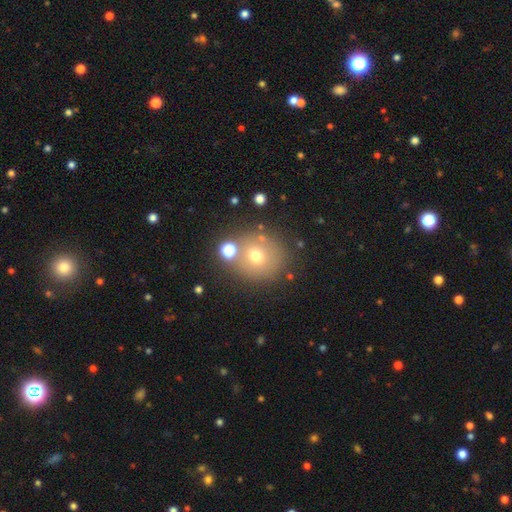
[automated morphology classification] Q: Smooth or featured?
A: smooth (64%); runner-up: featured or disk (18%)
Q: How rounded?
A: round (86%); runner-up: in between (13%)
Q: Merging?
A: none (72%); runner-up: merger (12%)